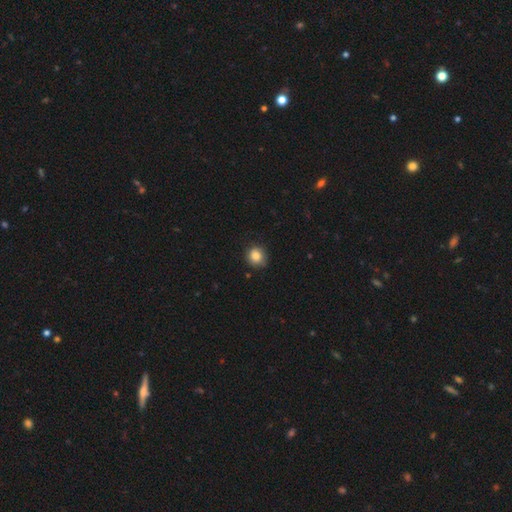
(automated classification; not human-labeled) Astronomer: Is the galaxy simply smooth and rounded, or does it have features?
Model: smooth — 84%.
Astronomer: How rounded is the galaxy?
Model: round — 85%.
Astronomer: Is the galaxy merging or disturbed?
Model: none — 80%.